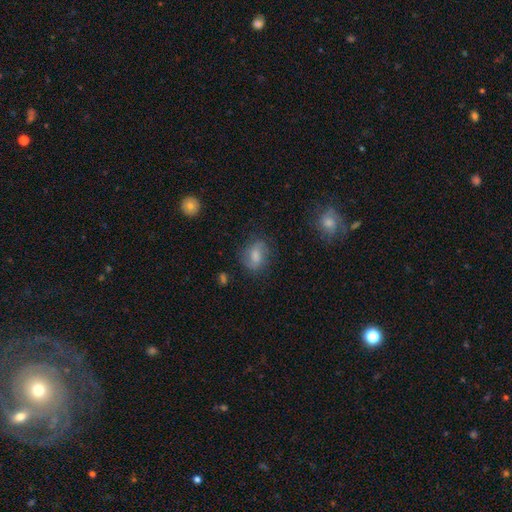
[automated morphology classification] smooth 57%, featured or disk 33%, star or artifact 10%. Down the decision tree: how rounded — in between (62%); merging — none (68%).